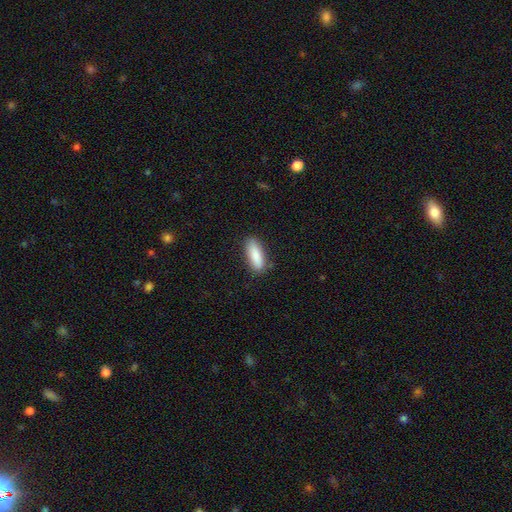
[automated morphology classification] Smooth or featured? smooth (86%)
How rounded? in between (61%)
Merging? none (84%)